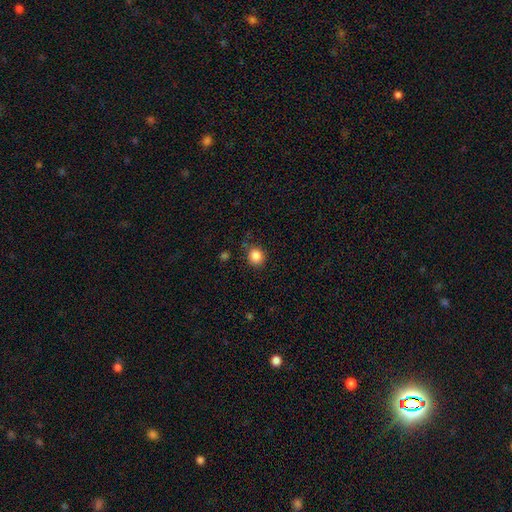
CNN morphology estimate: Q: Smooth or featured?
A: smooth (86%); runner-up: star or artifact (10%)
Q: How rounded?
A: round (81%); runner-up: in between (18%)
Q: Merging?
A: none (83%); runner-up: minor disturbance (11%)